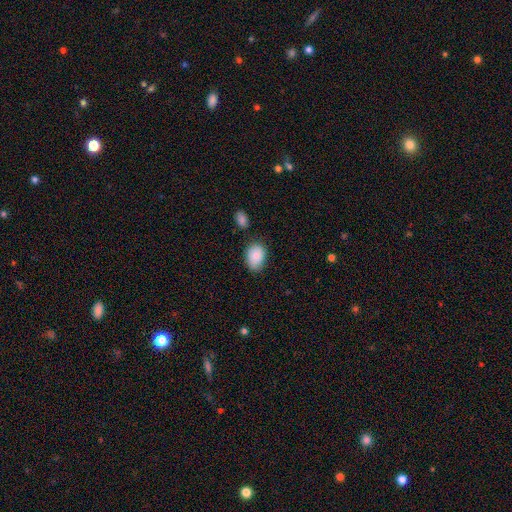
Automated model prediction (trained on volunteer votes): A smooth galaxy with no disk features (86%) that is in between round and cigar-shaped (85%). Merging: none (71%).